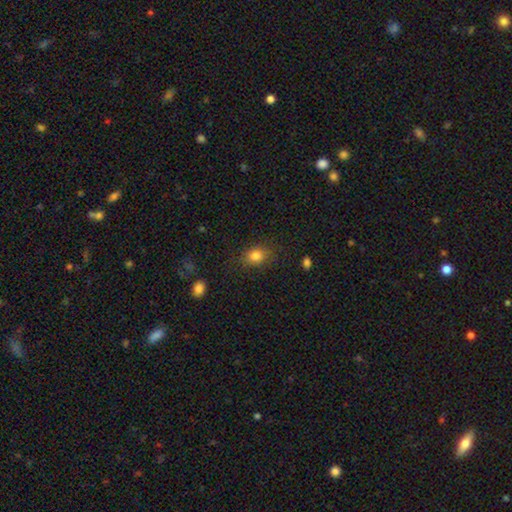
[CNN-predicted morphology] Smooth or featured: smooth — 82% (star or artifact — 11%)
How rounded: in between — 59% (round — 39%)
Merging: none — 80% (minor disturbance — 14%)